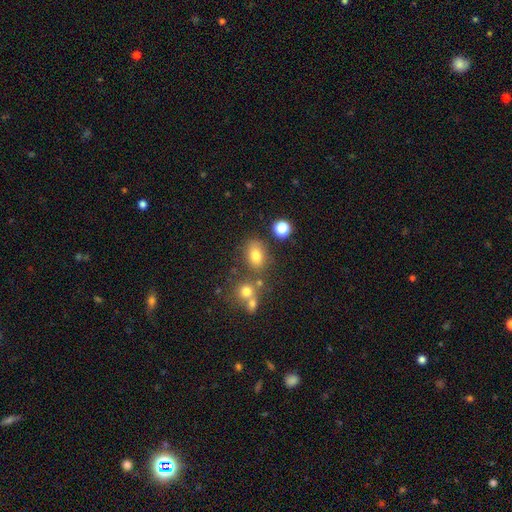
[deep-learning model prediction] This appears to be a smooth galaxy with no disk features (75%) that is in between round and cigar-shaped (68%). Merging: none (69%).